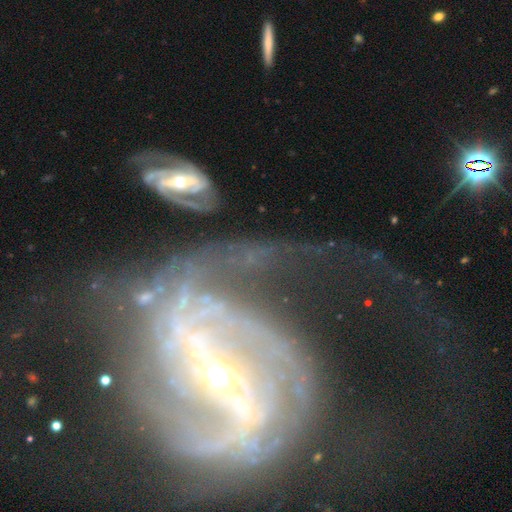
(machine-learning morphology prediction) smooth-or-featured: featured or disk: 75% | smooth: 13% | star or artifact: 12%
  disk-edge-on: no: 91% | yes: 9%
    bar: no: 37% | strong: 33% | weak: 30%
    has-spiral-arms: yes: 80% | no: 20%
      spiral-winding: tight: 39% | medium: 34% | loose: 27%
      spiral-arm-count: 2: 38% | can't tell: 28% | 3: 11% | 1: 8% | 4: 8% | more than 4: 7%
    bulge-size: small: 51% | moderate: 37% | large: 5% | none: 4% | dominant: 3%
  merging: none: 42% | major disturbance: 28% | minor disturbance: 18% | merger: 12%